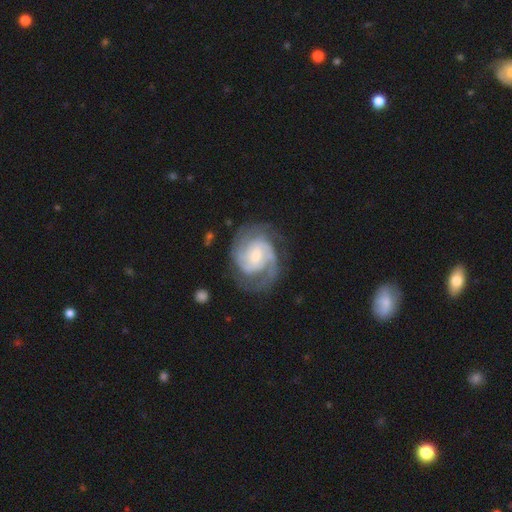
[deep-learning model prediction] Q: Smooth or featured?
A: featured or disk (90%); runner-up: smooth (6%)
Q: Edge-on disk?
A: no (98%); runner-up: yes (2%)
Q: Bar?
A: no (49%); runner-up: weak (40%)
Q: Spiral arms?
A: yes (98%); runner-up: no (2%)
Q: Spiral winding?
A: tight (52%); runner-up: medium (40%)
Q: Spiral arm count?
A: 2 (41%); runner-up: 3 (29%)
Q: Bulge size?
A: small (54%); runner-up: moderate (35%)
Q: Merging?
A: none (73%); runner-up: minor disturbance (16%)